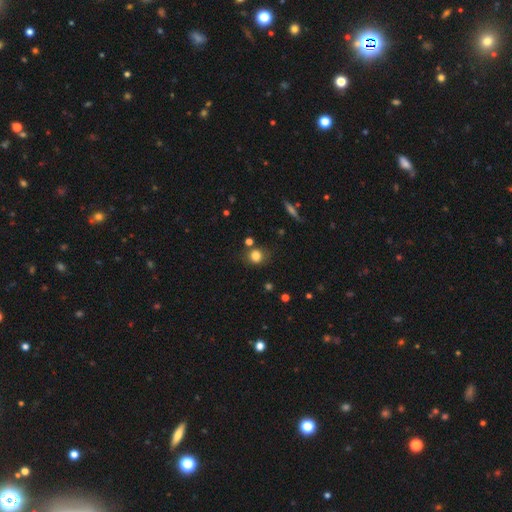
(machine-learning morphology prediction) This appears to be a smooth galaxy with no disk features (81%) that is round (82%). Merging: none (75%).